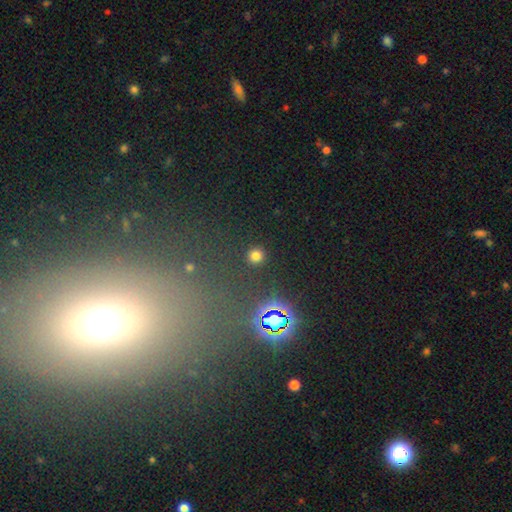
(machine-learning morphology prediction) smooth_or_featured: smooth (p=0.76) [alt: star or artifact p=0.20]
how_rounded: round (p=0.94) [alt: in between p=0.05]
merging: none (p=0.91) [alt: minor disturbance p=0.04]